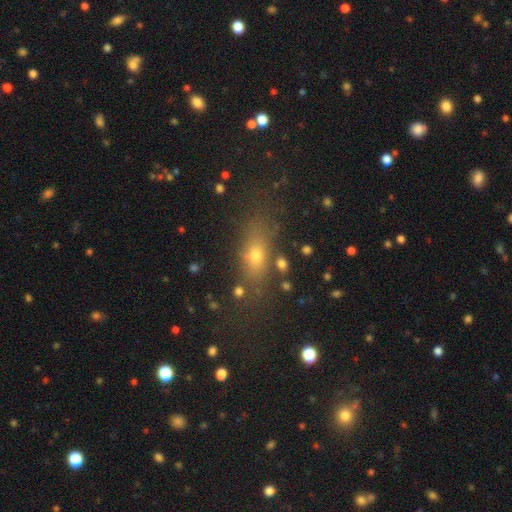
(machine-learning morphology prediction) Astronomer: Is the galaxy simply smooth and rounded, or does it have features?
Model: smooth — 66%.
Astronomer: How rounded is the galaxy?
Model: in between — 63%.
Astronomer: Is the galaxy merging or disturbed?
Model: none — 70%.